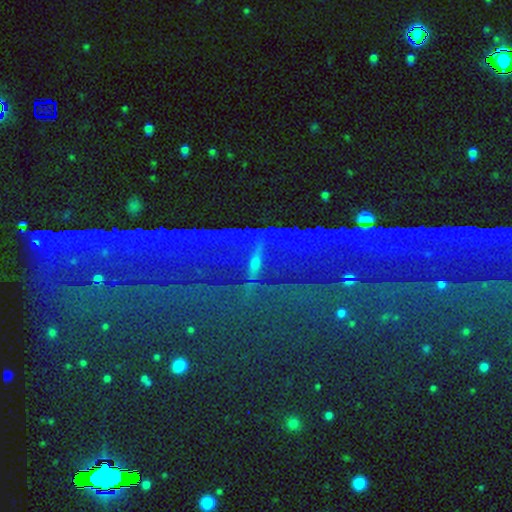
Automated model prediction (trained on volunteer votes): smooth-or-featured: star or artifact: 80% | featured or disk: 12% | smooth: 8%